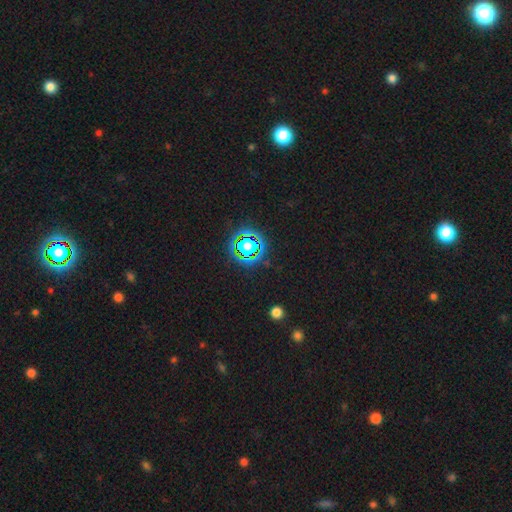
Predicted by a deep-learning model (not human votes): Q: Smooth or featured?
A: star or artifact (79%); runner-up: smooth (13%)